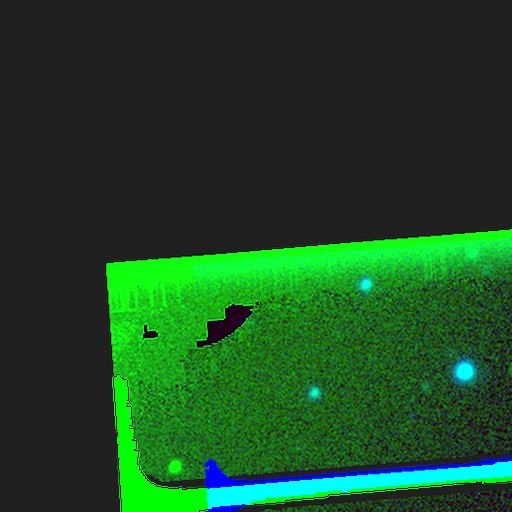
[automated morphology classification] Smooth or featured? Predicted: star or artifact (p=0.88).